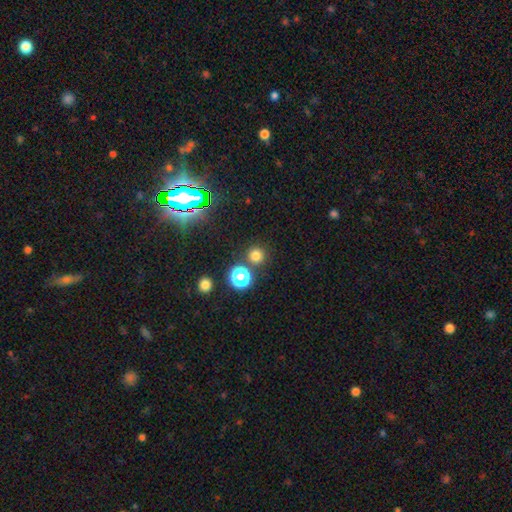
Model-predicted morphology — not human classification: Q: Smooth or featured?
A: smooth (73%); runner-up: star or artifact (22%)
Q: How rounded?
A: round (94%); runner-up: in between (5%)
Q: Merging?
A: none (83%); runner-up: merger (8%)